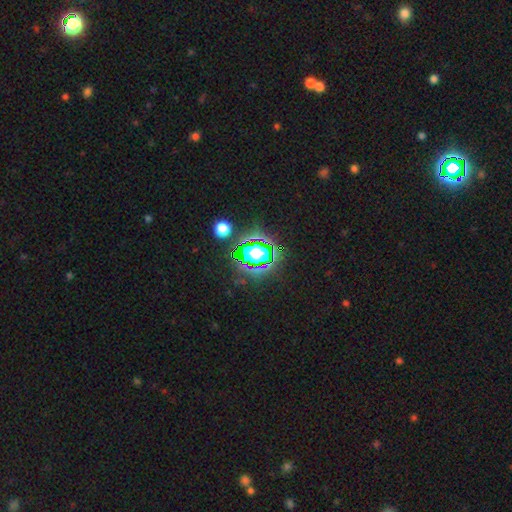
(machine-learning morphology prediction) Smooth or featured?
  - star or artifact: 62% *
  - smooth: 24%
  - featured or disk: 14%